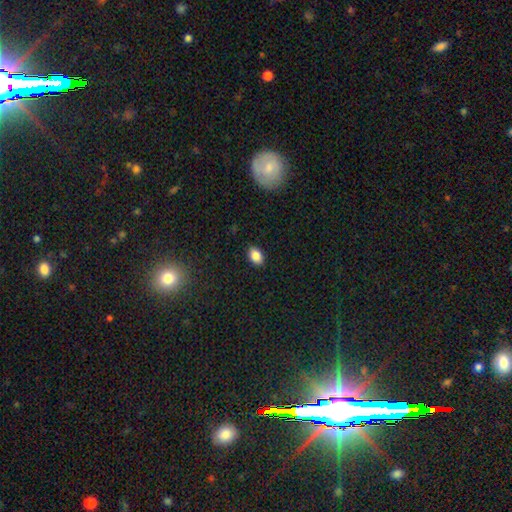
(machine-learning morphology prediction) type=smooth (87%); roundness=in between (84%); merging=none (88%).